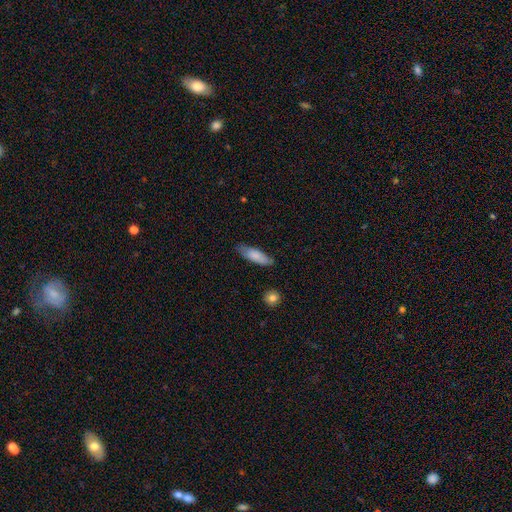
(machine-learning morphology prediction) Smooth or featured: smooth — 80% (featured or disk — 14%)
How rounded: in between — 53% (cigar-shaped — 45%)
Merging: none — 74% (minor disturbance — 21%)